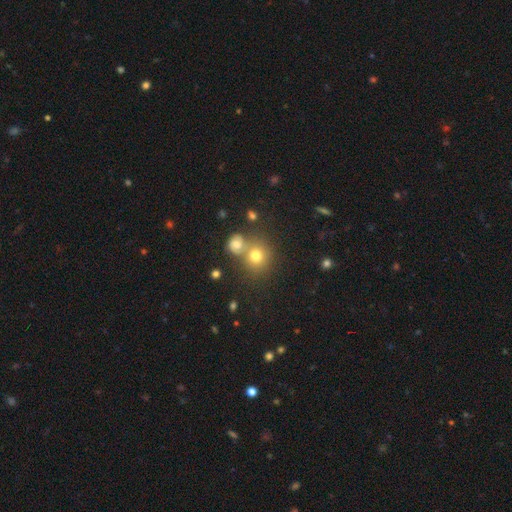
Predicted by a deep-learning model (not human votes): Overall: smooth (74%). How rounded: round (83%). Merging: none (56%; merger 31%).